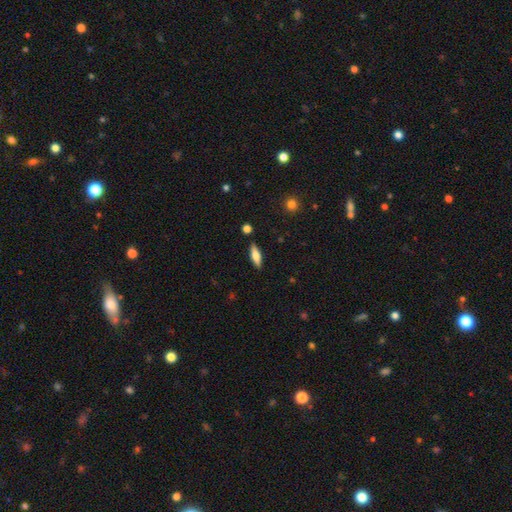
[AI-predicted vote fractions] Smooth or featured? Predicted: smooth (p=0.68). How rounded? Predicted: cigar-shaped (p=0.50). Merging? Predicted: none (p=0.87).